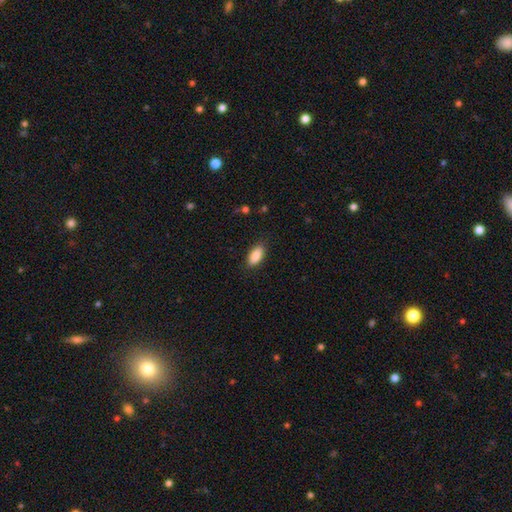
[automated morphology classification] A smooth galaxy with no disk features (88%) that is in between round and cigar-shaped (91%). Merging: none (85%).